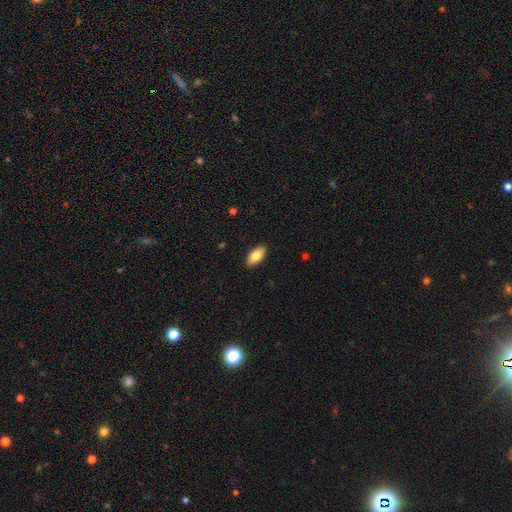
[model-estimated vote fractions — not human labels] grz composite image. It shows a smooth galaxy with no disk features (81%) that is in between round and cigar-shaped (92%). Merging: none (90%).